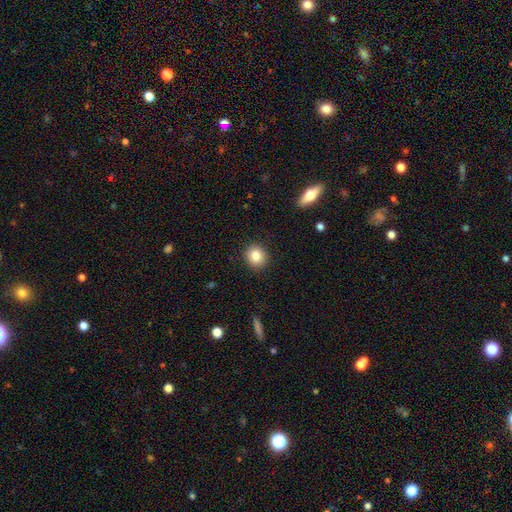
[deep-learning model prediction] Smooth or featured? smooth (83%)
How rounded? round (87%)
Merging? none (91%)